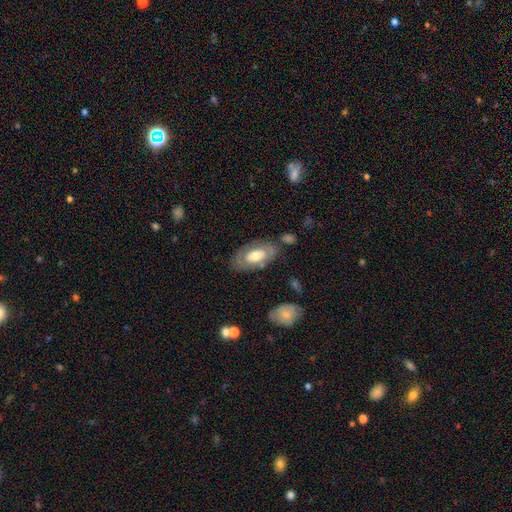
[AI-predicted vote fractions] smooth-or-featured: featured or disk: 50% | smooth: 44% | star or artifact: 6%
  disk-edge-on: no: 88% | yes: 12%
  merging: none: 72% | minor disturbance: 17% | major disturbance: 7% | merger: 4%